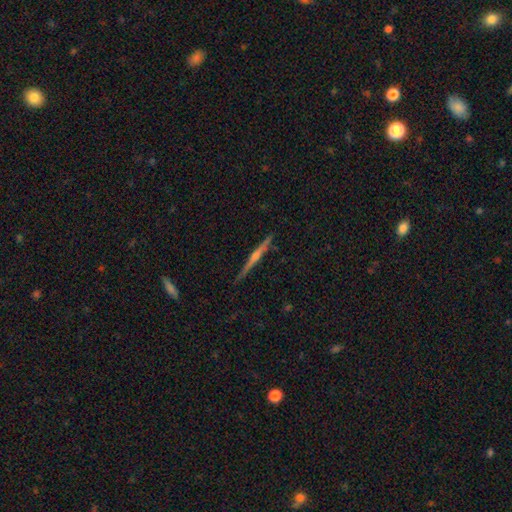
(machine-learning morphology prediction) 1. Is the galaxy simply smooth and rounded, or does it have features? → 76% featured or disk, 17% smooth, 6% star or artifact.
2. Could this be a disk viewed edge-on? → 98% yes, 2% no.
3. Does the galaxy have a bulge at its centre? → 75% rounded, 16% none, 8% boxy.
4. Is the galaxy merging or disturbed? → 89% none, 8% minor disturbance, 2% major disturbance, 1% merger.